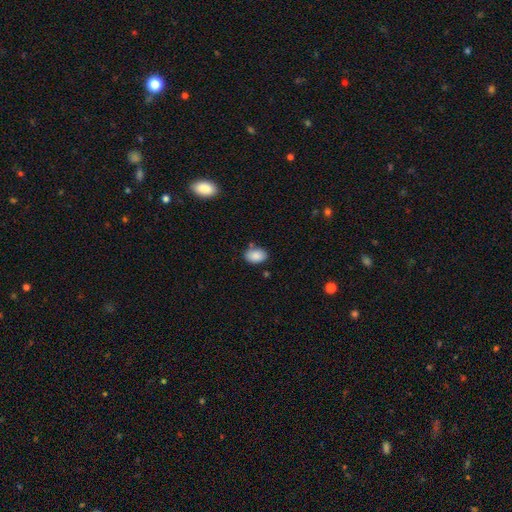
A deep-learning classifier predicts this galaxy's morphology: smooth 87%, star or artifact 8%, featured or disk 5%. Down the decision tree: how rounded — in between (83%); merging — none (73%).